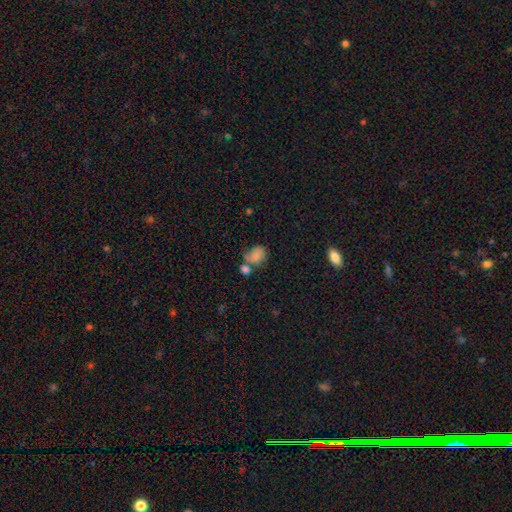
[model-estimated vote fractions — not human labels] Smooth or featured? Predicted: smooth (p=0.77). How rounded? Predicted: in between (p=0.60). Merging? Predicted: merger (p=0.38).